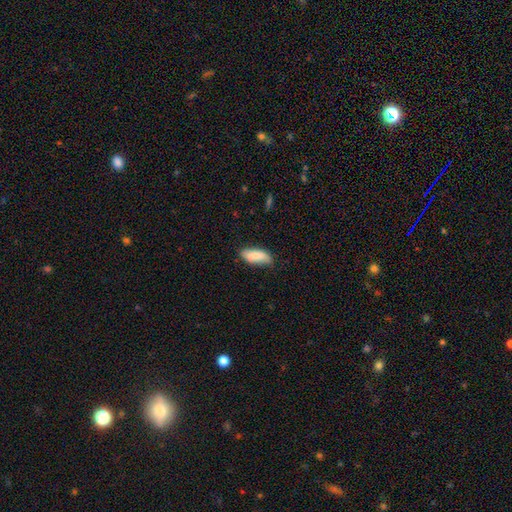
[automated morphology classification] Smooth or featured?
  - smooth: 82% *
  - featured or disk: 12%
  - star or artifact: 6%
How rounded?
  - in between: 79% *
  - cigar-shaped: 19%
  - round: 2%
Merging?
  - none: 76% *
  - minor disturbance: 20%
  - major disturbance: 3%
  - merger: 1%